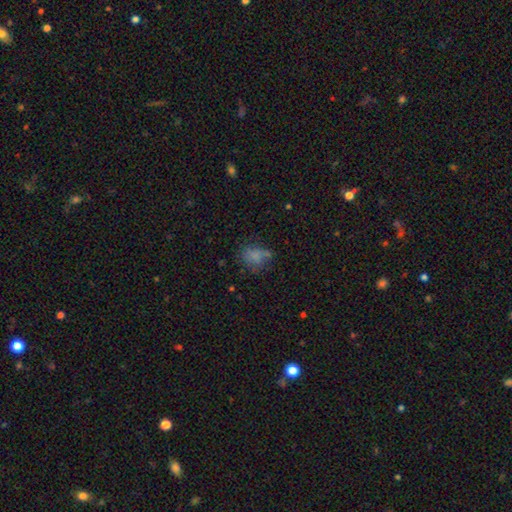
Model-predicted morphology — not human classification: The model was most divided on "how rounded": in between: 56%, round: 41%, cigar-shaped: 3%. More confident: smooth or featured — smooth (62%); merging — none (53%).